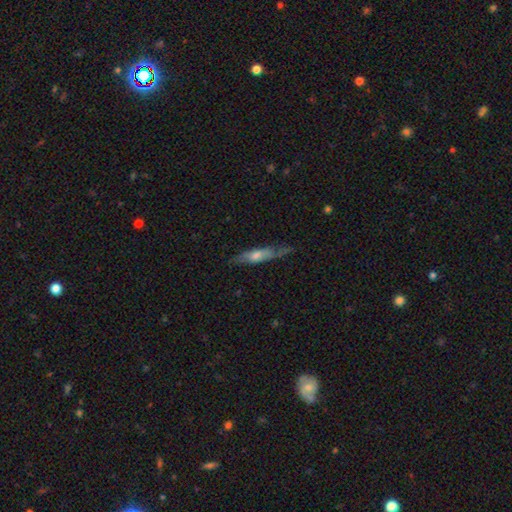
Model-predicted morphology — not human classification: Q: Smooth or featured?
A: featured or disk (63%); runner-up: smooth (27%)
Q: Edge-on disk?
A: yes (84%); runner-up: no (16%)
Q: Edge-on bulge?
A: rounded (77%); runner-up: none (14%)
Q: Merging?
A: none (75%); runner-up: minor disturbance (19%)